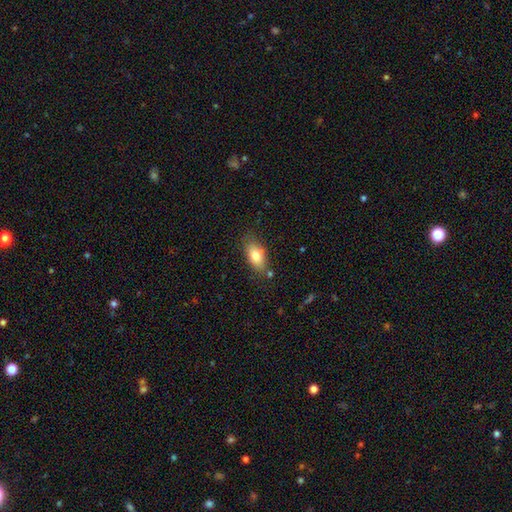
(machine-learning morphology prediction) type=smooth (82%); roundness=in between (89%); merging=none (76%).